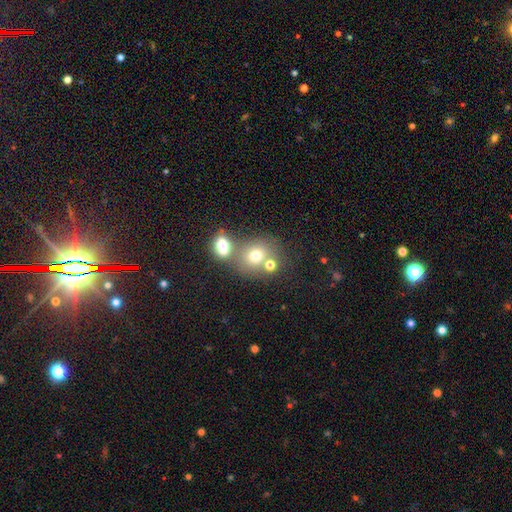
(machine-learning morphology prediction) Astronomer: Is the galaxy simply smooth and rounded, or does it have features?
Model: smooth — 71%.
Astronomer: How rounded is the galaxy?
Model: round — 70%.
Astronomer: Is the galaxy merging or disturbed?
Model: none — 47% (runner-up: merger, 39%).